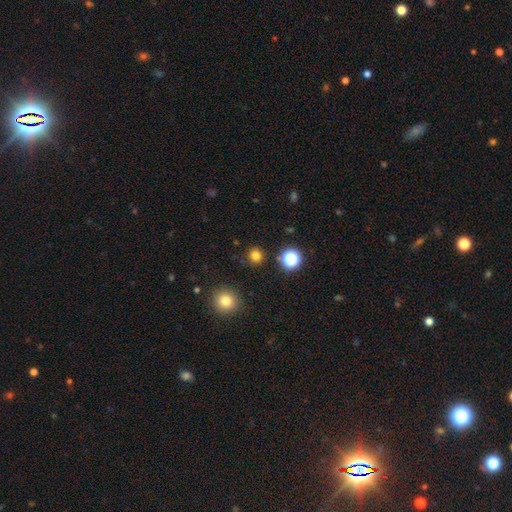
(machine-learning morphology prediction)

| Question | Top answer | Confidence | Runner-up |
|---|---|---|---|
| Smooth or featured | smooth | 77% | star or artifact (18%) |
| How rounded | round | 93% | in between (6%) |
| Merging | none | 89% | minor disturbance (6%) |